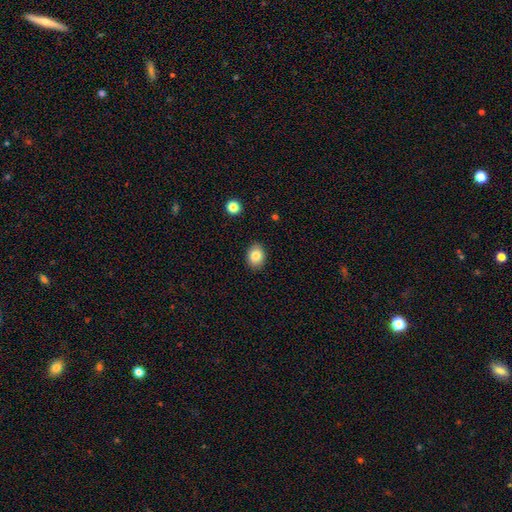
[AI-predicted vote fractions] Smooth or featured: smooth — 85% (star or artifact — 9%)
How rounded: in between — 65% (round — 34%)
Merging: none — 88% (minor disturbance — 9%)